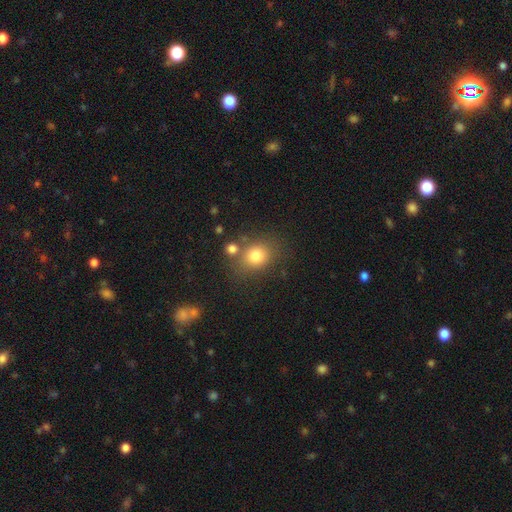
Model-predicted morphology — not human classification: This appears to be a smooth galaxy with no disk features (79%) that is round (59%). Merging: none (68%).